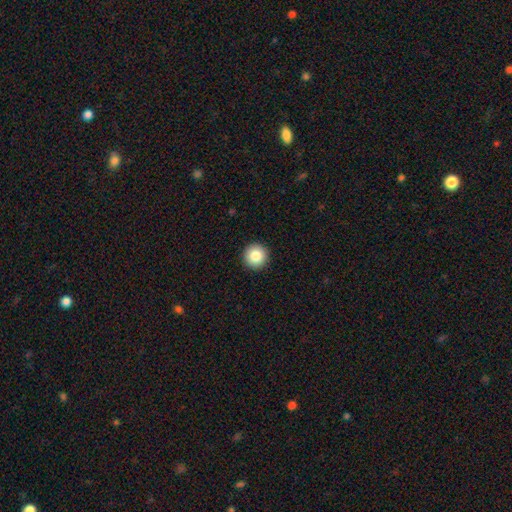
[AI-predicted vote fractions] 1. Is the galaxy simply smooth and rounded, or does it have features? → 85% smooth, 9% star or artifact, 6% featured or disk.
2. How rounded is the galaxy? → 96% round, 3% in between, 1% cigar-shaped.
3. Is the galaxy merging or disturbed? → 93% none, 4% minor disturbance, 1% major disturbance, 1% merger.